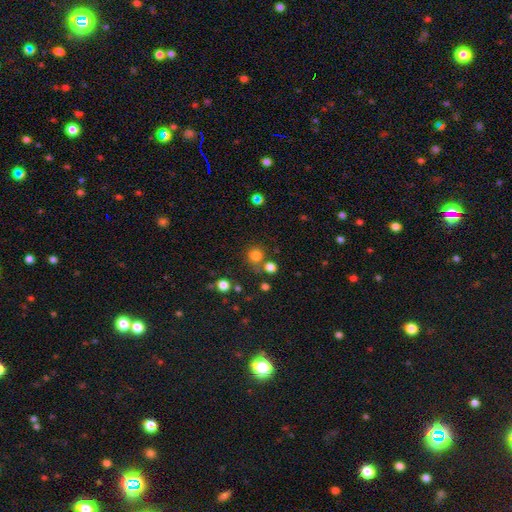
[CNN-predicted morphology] A smooth galaxy with no disk features (78%) that is round (90%). Merging: none (71%).